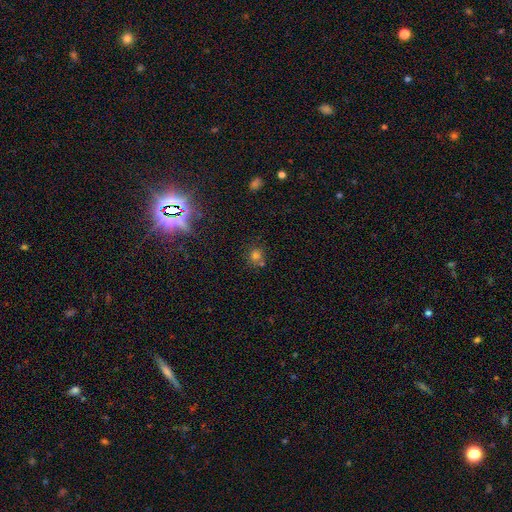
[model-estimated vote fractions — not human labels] Overall: smooth (61%; star or artifact 30%). How rounded: round (88%). Merging: none (68%).